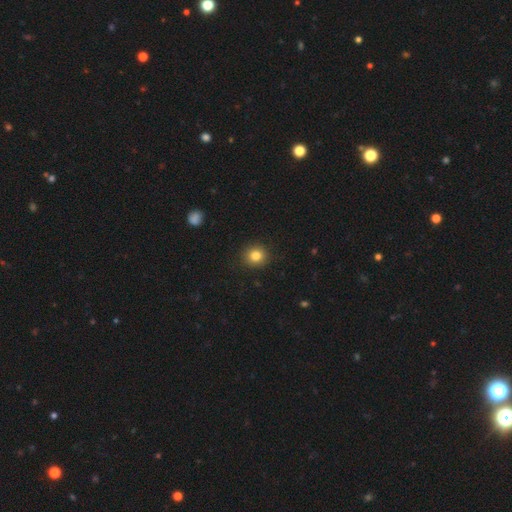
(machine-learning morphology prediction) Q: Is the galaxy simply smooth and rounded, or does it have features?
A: smooth — 83%.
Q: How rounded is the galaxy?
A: round — 86%.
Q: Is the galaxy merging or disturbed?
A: none — 90%.